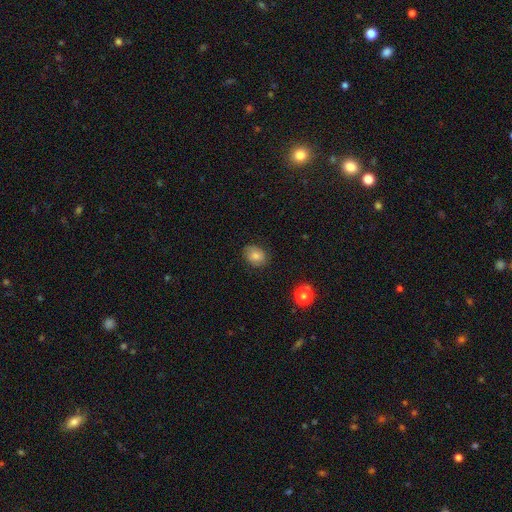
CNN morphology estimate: Overall: smooth (77%). How rounded: in between (55%; round 44%). Merging: none (81%).